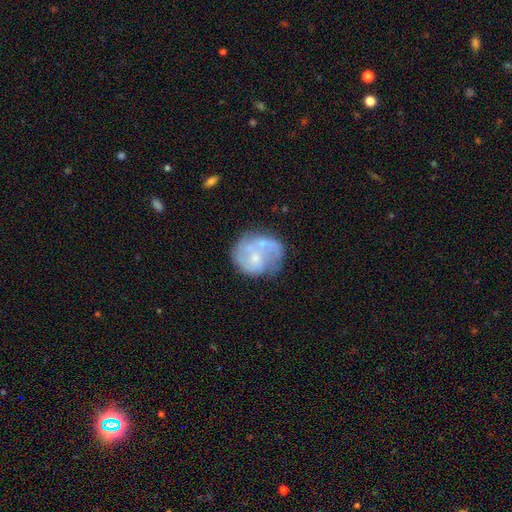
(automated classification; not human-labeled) smooth_or_featured: featured or disk (p=0.68) [alt: smooth p=0.25]
disk_edge_on: no (p=0.98) [alt: yes p=0.02]
bar: no (p=0.74) [alt: weak p=0.23]
has_spiral_arms: yes (p=0.70) [alt: no p=0.30]
bulge_size: small (p=0.54) [alt: moderate p=0.33]
merging: none (p=0.47) [alt: minor disturbance p=0.22]